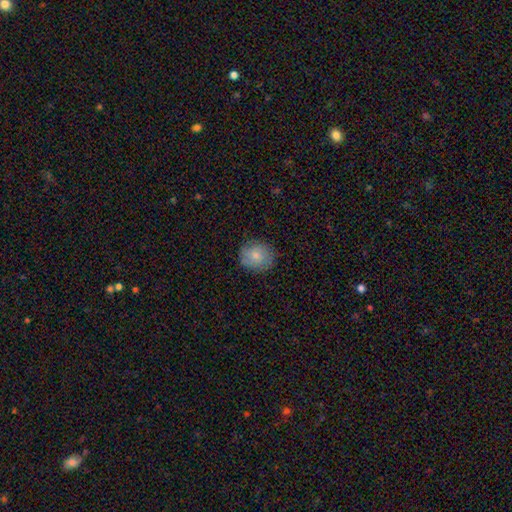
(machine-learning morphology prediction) Smooth or featured? Predicted: smooth (p=0.77). How rounded? Predicted: round (p=0.82). Merging? Predicted: none (p=0.79).